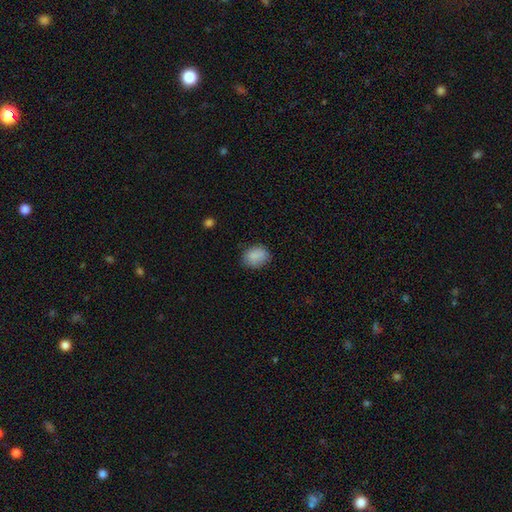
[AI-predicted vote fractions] This is clearly a smooth galaxy (86%). How rounded: possibly in between (56%). Merging: likely none (77%).